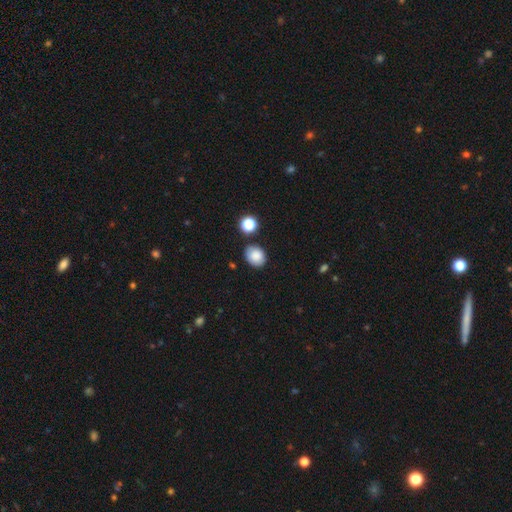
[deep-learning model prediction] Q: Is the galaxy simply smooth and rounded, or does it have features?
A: smooth — 84%.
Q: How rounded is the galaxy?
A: in between — 52%.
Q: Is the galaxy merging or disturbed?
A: none — 79%.